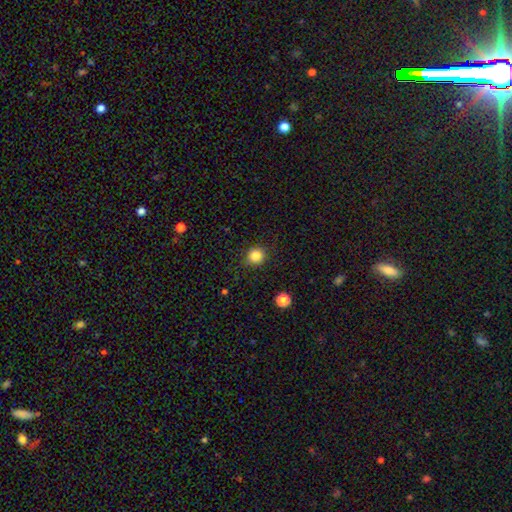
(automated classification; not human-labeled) This is clearly a smooth galaxy (83%). How rounded: clearly round (91%). Merging: clearly none (86%).